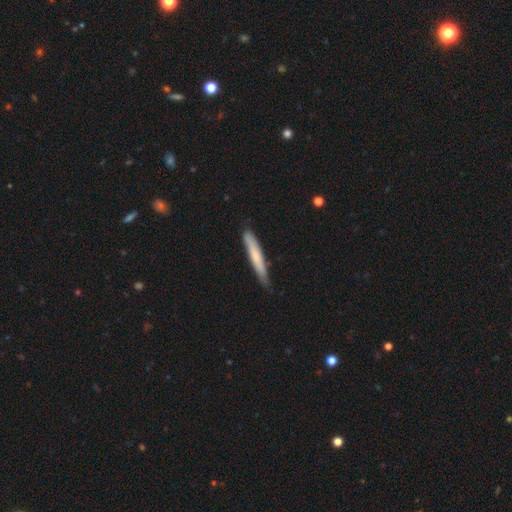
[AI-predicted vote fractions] smooth-or-featured: smooth: 67% | featured or disk: 28% | star or artifact: 5%
  how-rounded: cigar-shaped: 94% | in between: 4% | round: 1%
  merging: none: 74% | minor disturbance: 22% | major disturbance: 3% | merger: 2%